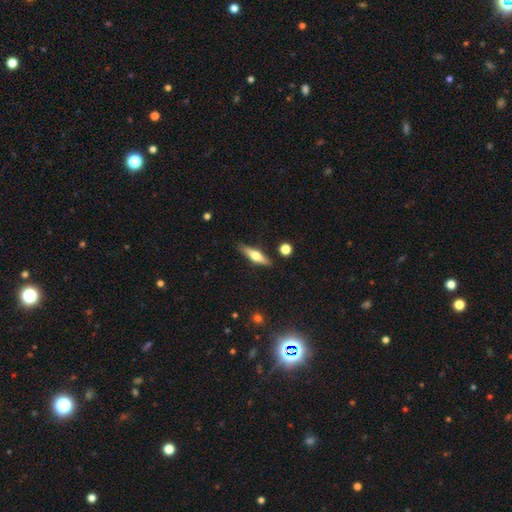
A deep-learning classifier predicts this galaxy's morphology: Smooth or featured: featured or disk — 50% (smooth — 43%)
Edge-on disk: yes — 92% (no — 8%)
Merging: none — 86% (minor disturbance — 10%)